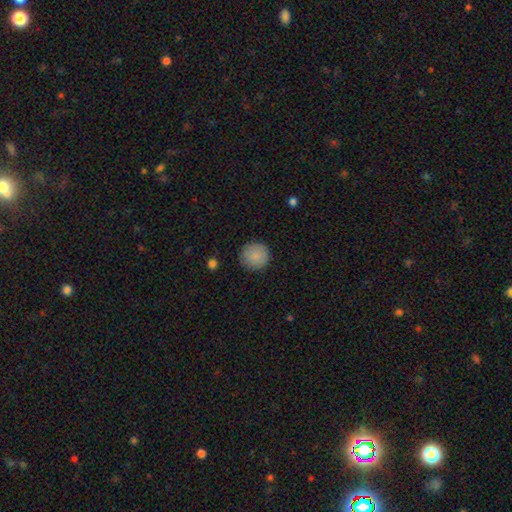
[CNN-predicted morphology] The model was most divided on "smooth or featured": smooth: 87%, star or artifact: 8%, featured or disk: 6%. More confident: how rounded — round (94%); merging — none (88%).